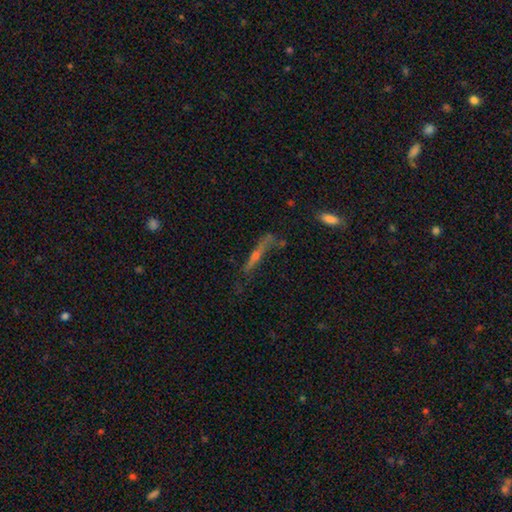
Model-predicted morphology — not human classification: Smooth or featured?
  - featured or disk: 57% *
  - smooth: 29%
  - star or artifact: 14%
Edge-on disk?
  - yes: 86% *
  - no: 14%
Merging?
  - none: 58% *
  - minor disturbance: 21%
  - major disturbance: 14%
  - merger: 7%